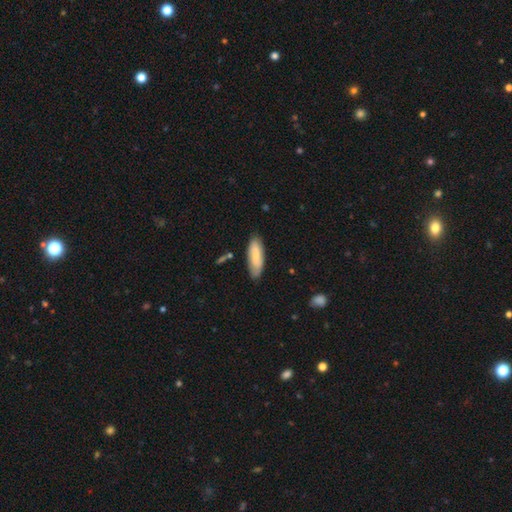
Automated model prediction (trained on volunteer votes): A smooth galaxy with no disk features (81%) that is in between round and cigar-shaped (59%). Merging: none (79%).